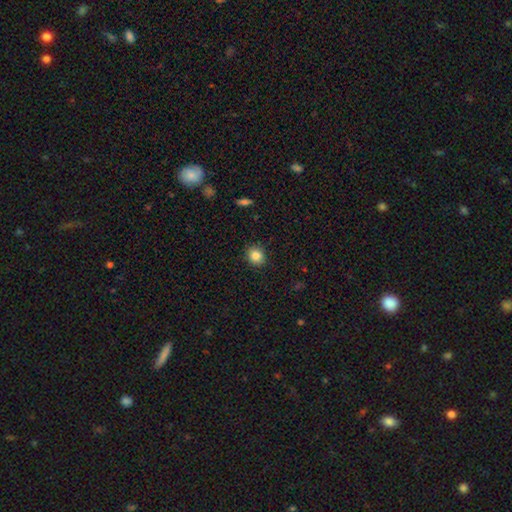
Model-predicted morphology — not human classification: Smooth or featured? smooth (85%)
How rounded? round (76%)
Merging? none (89%)